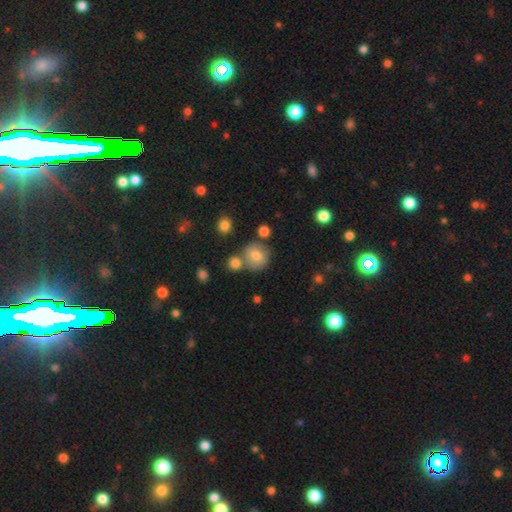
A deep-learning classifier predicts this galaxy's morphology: This appears to be a smooth galaxy with no disk features (76%) that is round (86%). Merging: none (63%).